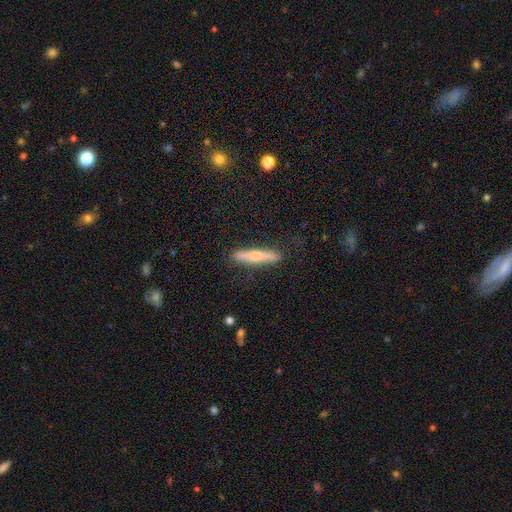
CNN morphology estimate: smooth 48%, featured or disk 46%, star or artifact 6%. Down the decision tree: merging — none (88%).